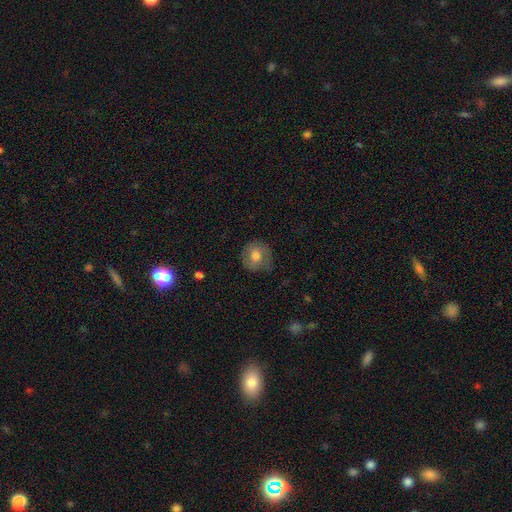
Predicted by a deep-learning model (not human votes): A smooth galaxy with no disk features (68%) that is round (86%). Merging: none (79%).